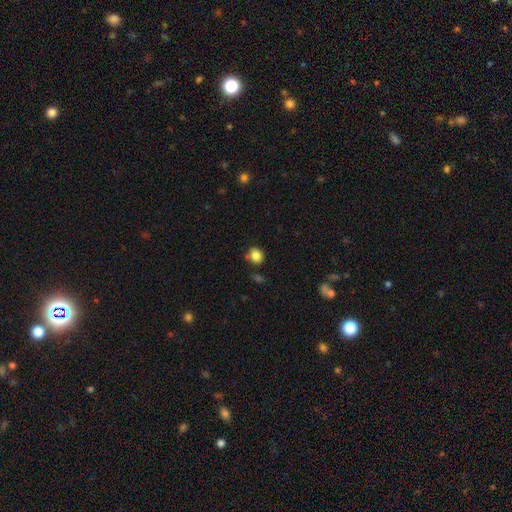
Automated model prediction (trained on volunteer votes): smooth 83%, star or artifact 10%, featured or disk 7%. Down the decision tree: how rounded — round (76%); merging — none (76%).